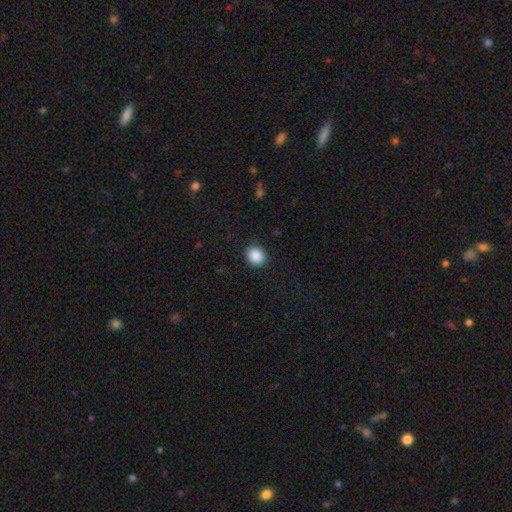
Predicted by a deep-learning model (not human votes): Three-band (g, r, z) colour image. It shows a smooth galaxy with no disk features (89%) that is round (75%). Merging: none (91%).